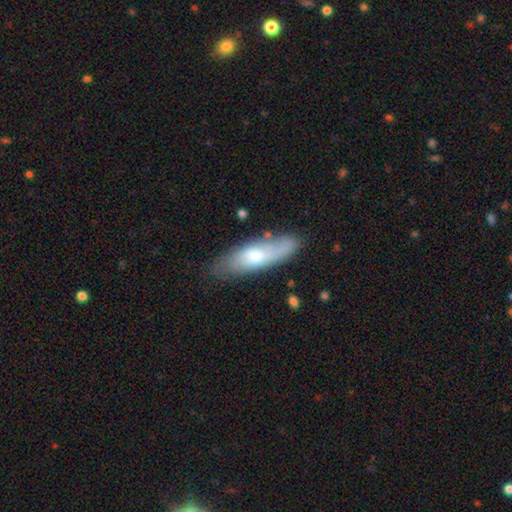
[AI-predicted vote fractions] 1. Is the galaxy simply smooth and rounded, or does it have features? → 62% smooth, 32% featured or disk, 6% star or artifact.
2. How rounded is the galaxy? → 50% in between, 48% cigar-shaped, 2% round.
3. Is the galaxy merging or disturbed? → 70% none, 21% minor disturbance, 5% major disturbance, 3% merger.